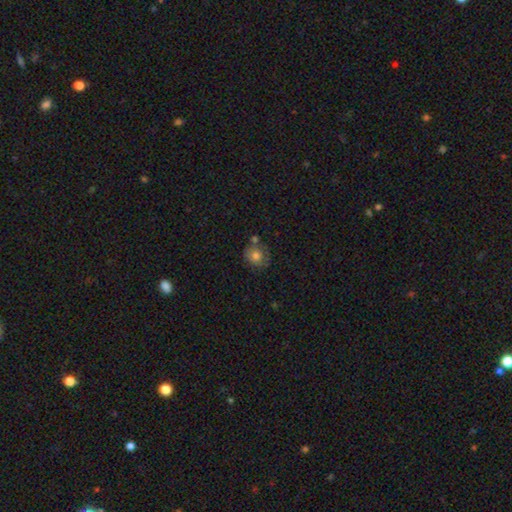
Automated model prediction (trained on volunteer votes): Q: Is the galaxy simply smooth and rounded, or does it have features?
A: smooth — 76%.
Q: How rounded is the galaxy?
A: round — 75%.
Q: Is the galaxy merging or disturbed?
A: none — 61%.